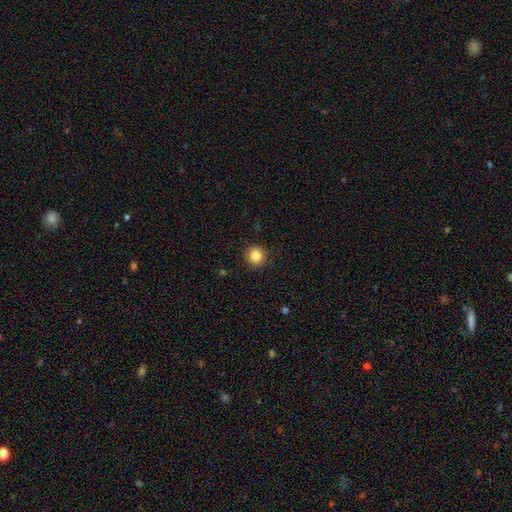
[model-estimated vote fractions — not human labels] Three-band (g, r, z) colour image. It shows a smooth galaxy with no disk features (85%) that is round (93%). Merging: none (90%).